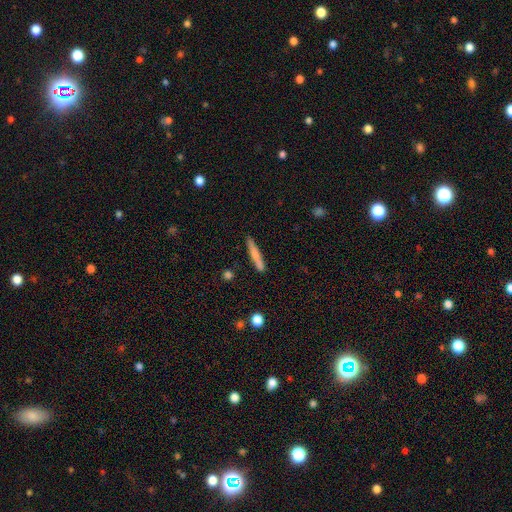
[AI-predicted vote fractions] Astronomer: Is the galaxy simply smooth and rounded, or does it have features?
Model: smooth — 67%.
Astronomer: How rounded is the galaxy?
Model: cigar-shaped — 94%.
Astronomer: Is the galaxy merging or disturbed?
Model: none — 85%.